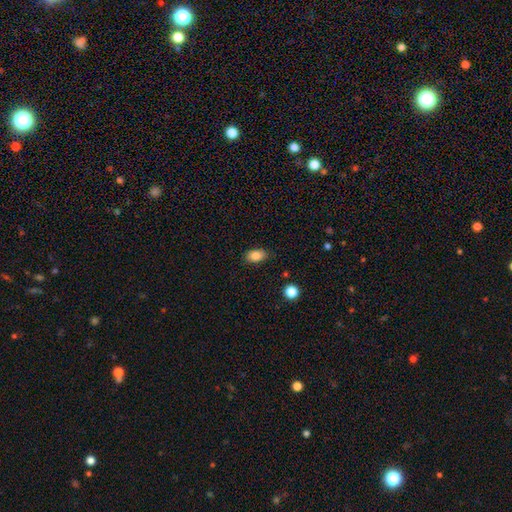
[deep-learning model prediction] A smooth galaxy with no disk features (85%) that is in between round and cigar-shaped (87%).

Vote fractions:
- Smooth or featured? smooth: 85% / star or artifact: 9% / featured or disk: 7%
- How rounded? in between: 87% / round: 11% / cigar-shaped: 2%
- Merging? none: 84% / minor disturbance: 12% / major disturbance: 3% / merger: 1%